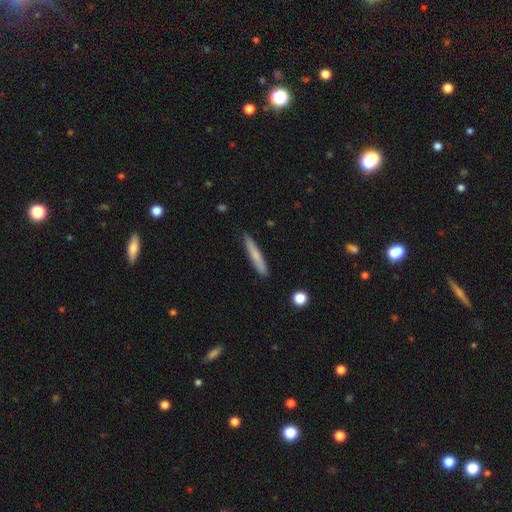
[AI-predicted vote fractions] This is likely a smooth galaxy (70%). How rounded: clearly cigar-shaped (95%). Merging: clearly none (89%).